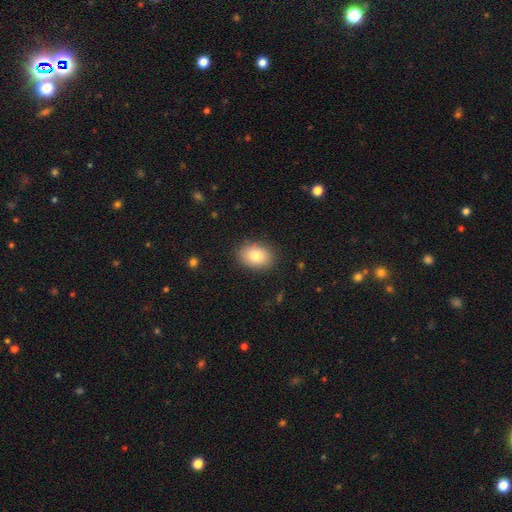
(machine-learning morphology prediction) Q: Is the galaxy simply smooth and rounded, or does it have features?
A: smooth — 83%.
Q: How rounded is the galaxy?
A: in between — 73%.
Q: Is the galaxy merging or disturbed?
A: none — 87%.